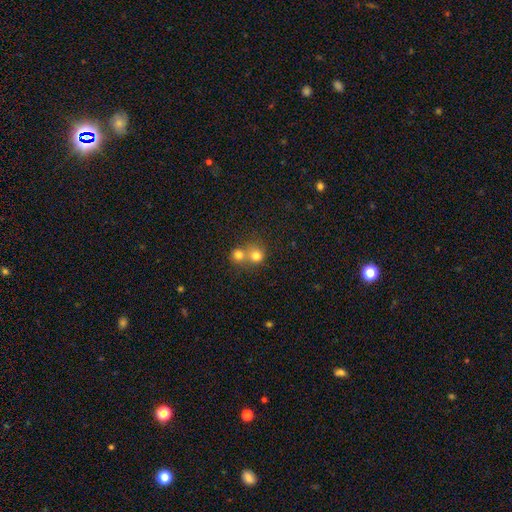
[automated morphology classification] A smooth galaxy with no disk features (77%) that is round (87%).

Vote fractions:
- Smooth or featured? smooth: 77% / star or artifact: 13% / featured or disk: 10%
- How rounded? round: 87% / in between: 12% / cigar-shaped: 1%
- Merging? merger: 52% / none: 41% / minor disturbance: 5% / major disturbance: 2%